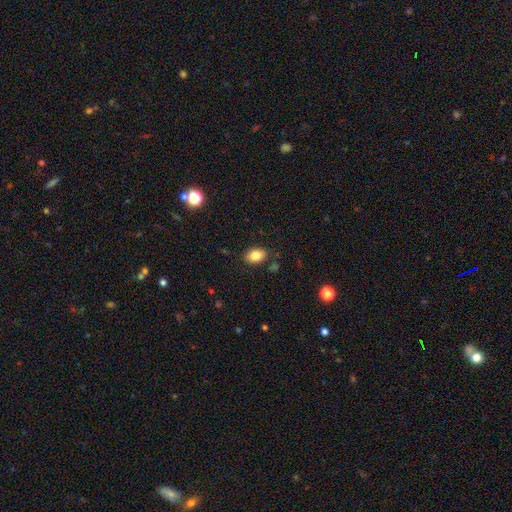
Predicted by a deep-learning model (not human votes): smooth-or-featured: smooth: 83% | star or artifact: 9% | featured or disk: 8%
  how-rounded: in between: 82% | round: 17% | cigar-shaped: 1%
  merging: none: 83% | minor disturbance: 12% | major disturbance: 3% | merger: 2%